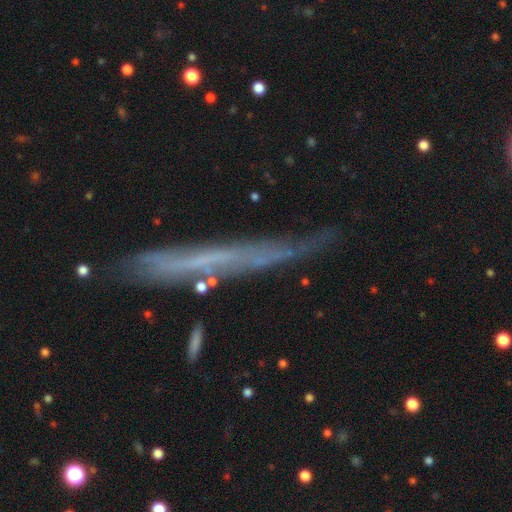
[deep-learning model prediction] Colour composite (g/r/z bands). It shows a featured or disk galaxy (58%) viewed edge-on (80%). Merging: none (60%).